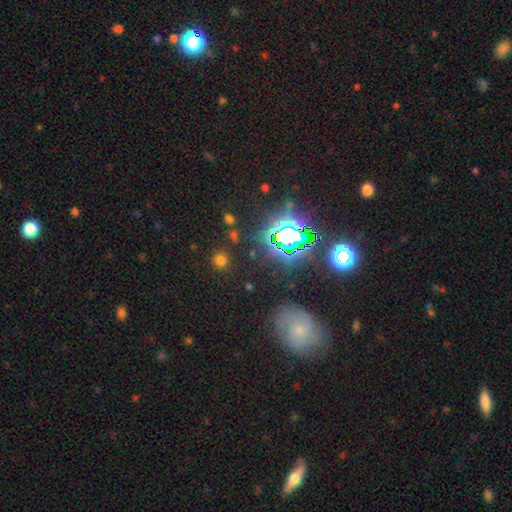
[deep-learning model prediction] A star or artifact, not a galaxy (72%).

Vote fractions:
- Smooth or featured? star or artifact: 72% / smooth: 17% / featured or disk: 11%